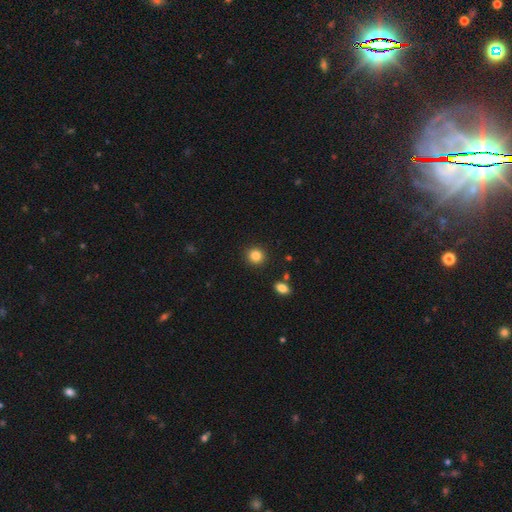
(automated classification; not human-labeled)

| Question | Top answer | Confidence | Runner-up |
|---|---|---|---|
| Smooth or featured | smooth | 85% | star or artifact (10%) |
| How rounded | round | 89% | in between (10%) |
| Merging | none | 91% | minor disturbance (6%) |